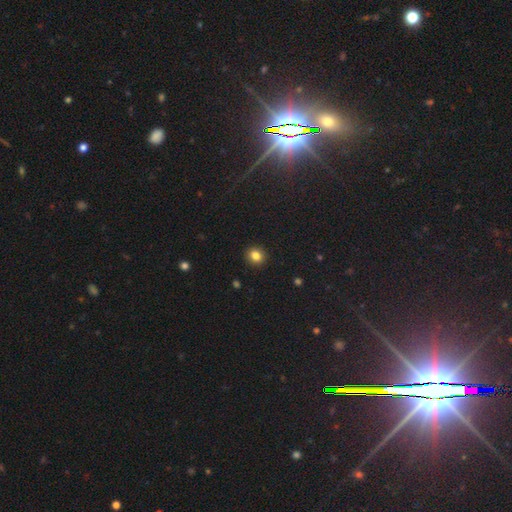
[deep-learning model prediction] A smooth galaxy with no disk features (83%) that is round (84%).

Vote fractions:
- Smooth or featured? smooth: 83% / star or artifact: 12% / featured or disk: 5%
- How rounded? round: 84% / in between: 15% / cigar-shaped: 1%
- Merging? none: 92% / minor disturbance: 5% / major disturbance: 2% / merger: 1%